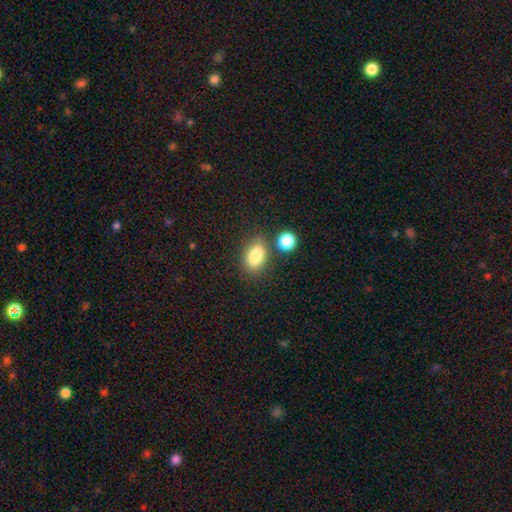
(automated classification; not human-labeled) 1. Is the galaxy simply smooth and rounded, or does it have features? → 84% smooth, 9% star or artifact, 7% featured or disk.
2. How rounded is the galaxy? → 85% in between, 13% round, 2% cigar-shaped.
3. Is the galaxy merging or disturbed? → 72% none, 12% merger, 12% minor disturbance, 4% major disturbance.